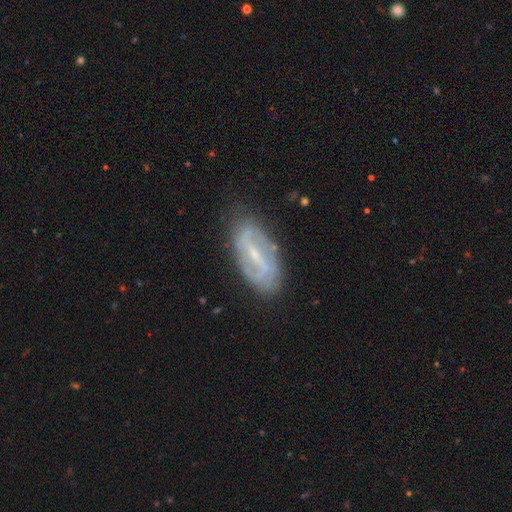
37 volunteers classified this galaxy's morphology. Overall: featured or disk (73%). Edge-on disk: no (89%). Bar: strong (67%; weak 33%). Spiral arms: yes (79%). Spiral arm count: 2 (53%; can't tell 26%). Spiral winding: tight (47%; medium 26%). Bulge size: small (79%). Merging: none (58%; minor disturbance 36%).